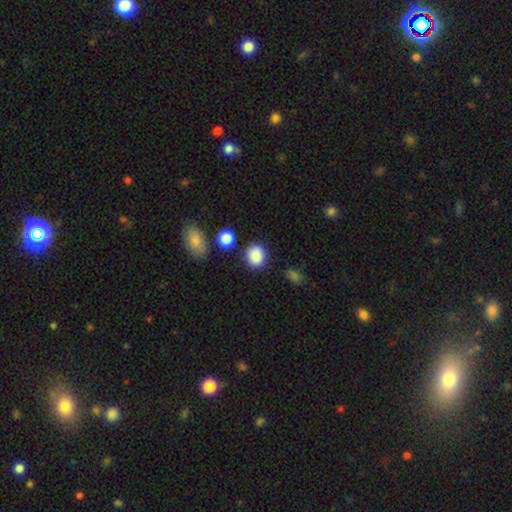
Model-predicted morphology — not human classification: Smooth or featured: smooth — 88% (star or artifact — 8%)
How rounded: round — 69% (in between — 30%)
Merging: none — 80% (minor disturbance — 12%)